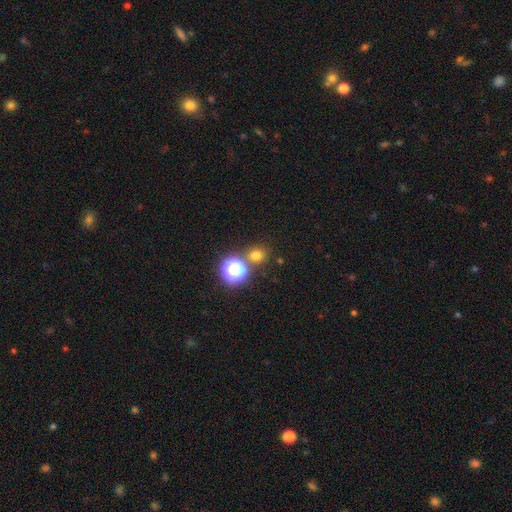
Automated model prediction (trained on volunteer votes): Smooth or featured: smooth — 69% (star or artifact — 25%)
How rounded: round — 89% (in between — 10%)
Merging: none — 76% (merger — 14%)